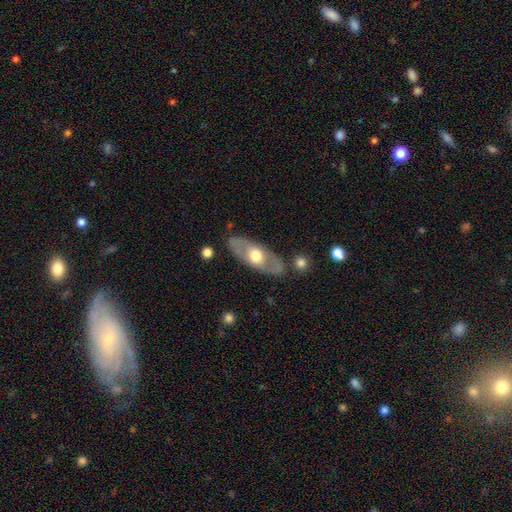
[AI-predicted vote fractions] Q: Smooth or featured?
A: featured or disk (64%); runner-up: smooth (30%)
Q: Edge-on disk?
A: no (74%); runner-up: yes (26%)
Q: Merging?
A: none (77%); runner-up: minor disturbance (14%)